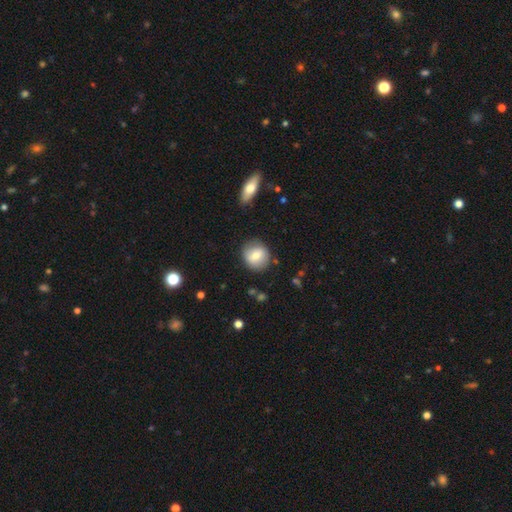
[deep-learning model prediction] Overall: smooth (70%). How rounded: round (86%). Merging: none (83%).